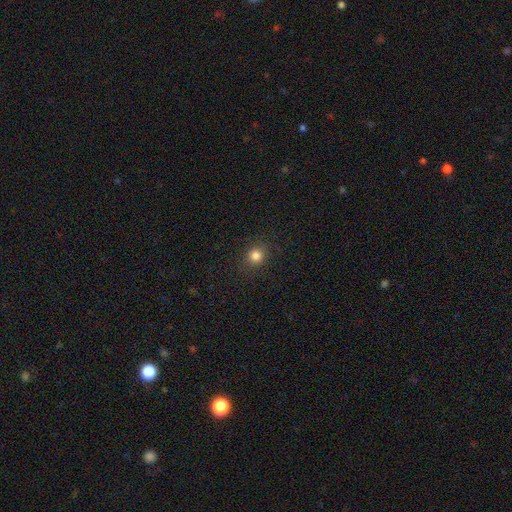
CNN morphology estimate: Smooth or featured? smooth (82%)
How rounded? round (85%)
Merging? none (89%)